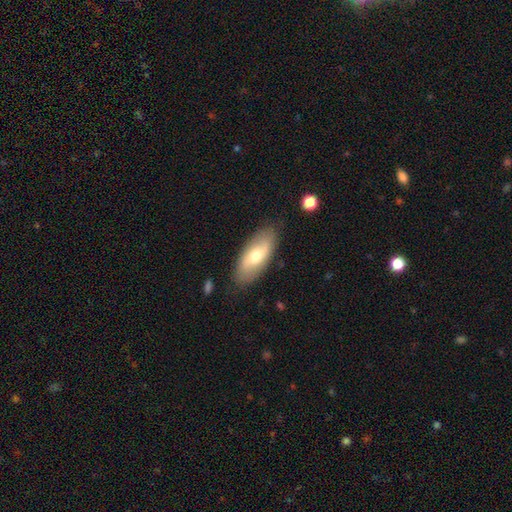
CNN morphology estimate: smooth_or_featured: smooth (p=0.60) [alt: featured or disk p=0.34]
how_rounded: in between (p=0.86) [alt: cigar-shaped p=0.11]
merging: none (p=0.84) [alt: minor disturbance p=0.12]